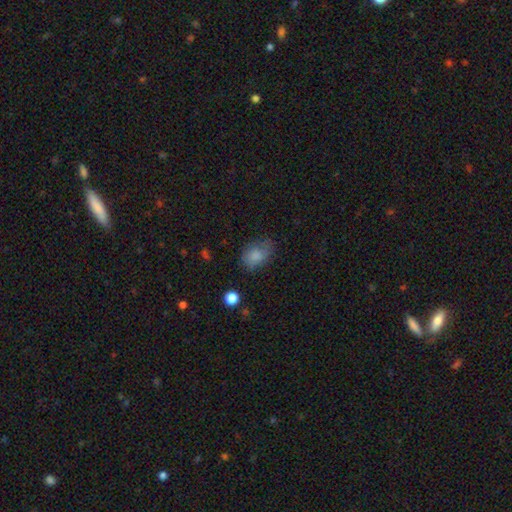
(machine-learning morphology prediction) Smooth or featured: smooth — 79% (featured or disk — 11%)
How rounded: in between — 75% (round — 24%)
Merging: none — 55% (minor disturbance — 29%)